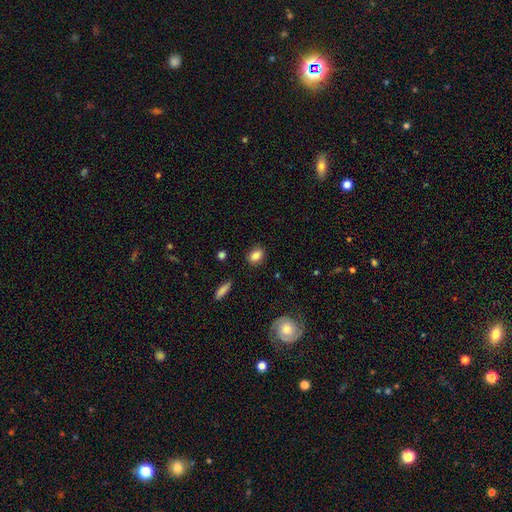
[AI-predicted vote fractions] The model was most divided on "how rounded": in between: 69%, round: 29%, cigar-shaped: 2%. More confident: merging — none (85%); smooth or featured — smooth (84%).